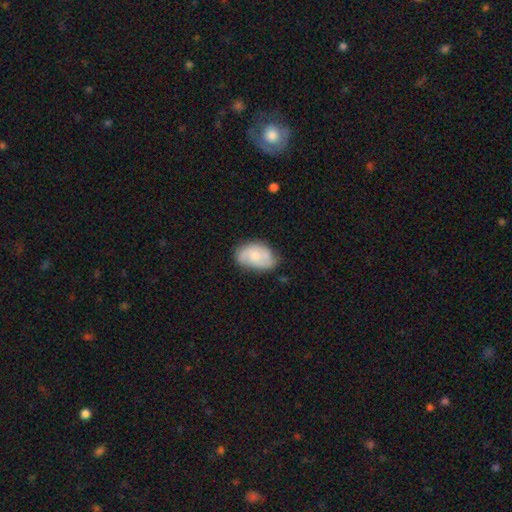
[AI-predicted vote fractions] smooth-or-featured: smooth: 48% | featured or disk: 45% | star or artifact: 7%
  merging: none: 61% | minor disturbance: 29% | major disturbance: 8% | merger: 2%